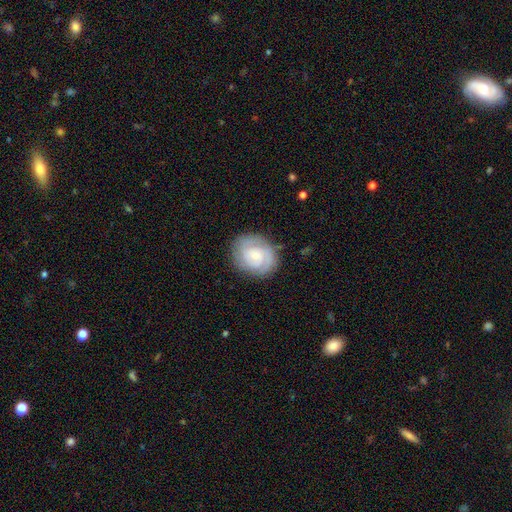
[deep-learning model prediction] This appears to be a featured or disk galaxy (72%) with no bar (60%), 2 (50%) tight (64%) spiral arms (94%) and a small central bulge (50%). Merging: none (79%).